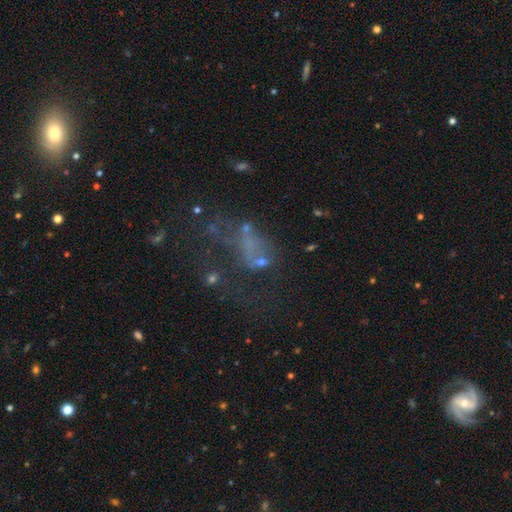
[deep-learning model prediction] Smooth or featured? Predicted: featured or disk (p=0.40). Merging? Predicted: major disturbance (p=0.42).